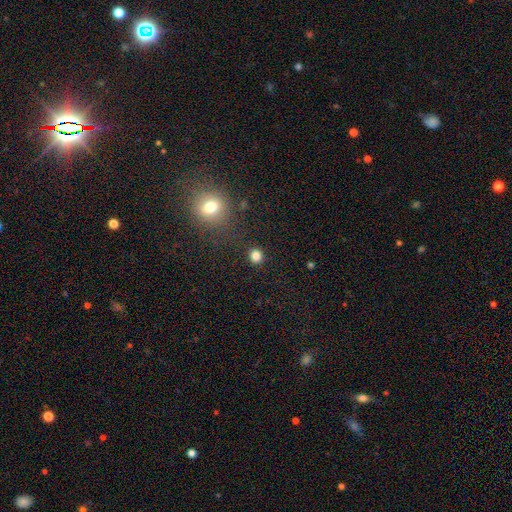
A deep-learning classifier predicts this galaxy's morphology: Smooth or featured: smooth — 82% (star or artifact — 14%)
How rounded: round — 89% (in between — 10%)
Merging: none — 90% (minor disturbance — 6%)